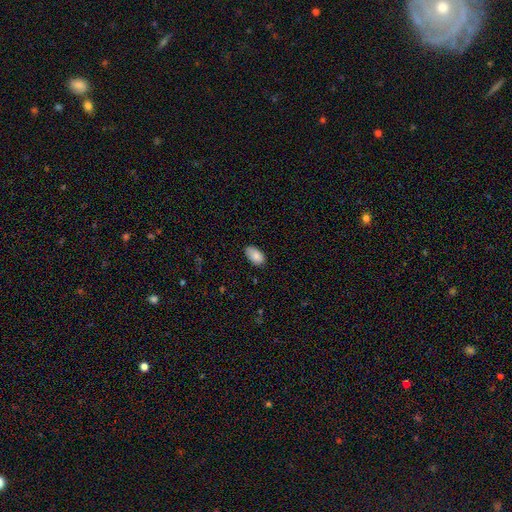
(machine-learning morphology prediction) Overall: smooth (87%). How rounded: in between (94%). Merging: none (77%).